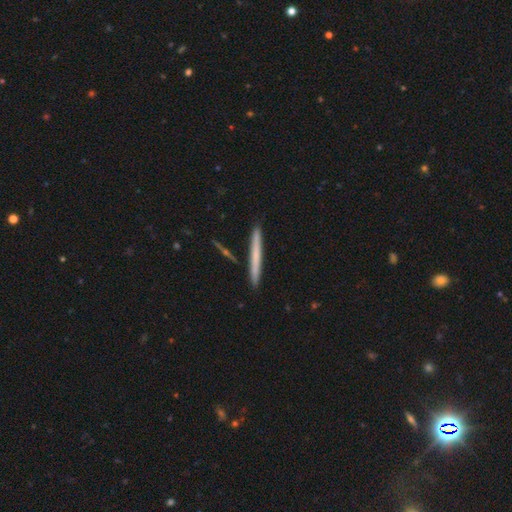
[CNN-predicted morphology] The model was most divided on "smooth or featured": smooth: 59%, featured or disk: 35%, star or artifact: 6%. More confident: how rounded — cigar-shaped (97%); merging — none (90%).